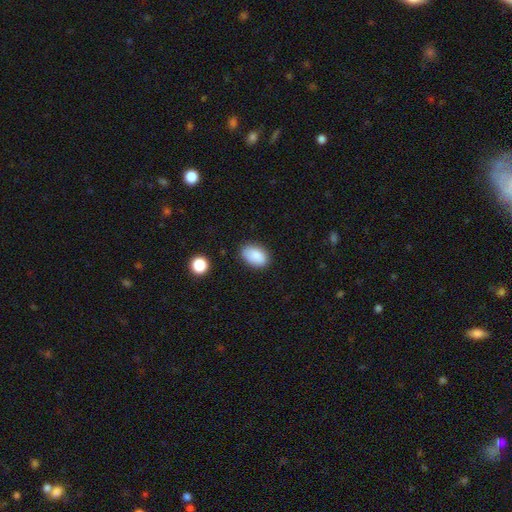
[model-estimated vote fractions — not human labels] smooth-or-featured: smooth: 88% | star or artifact: 7% | featured or disk: 5%
  how-rounded: in between: 89% | round: 9% | cigar-shaped: 1%
  merging: none: 82% | minor disturbance: 14% | major disturbance: 3% | merger: 2%